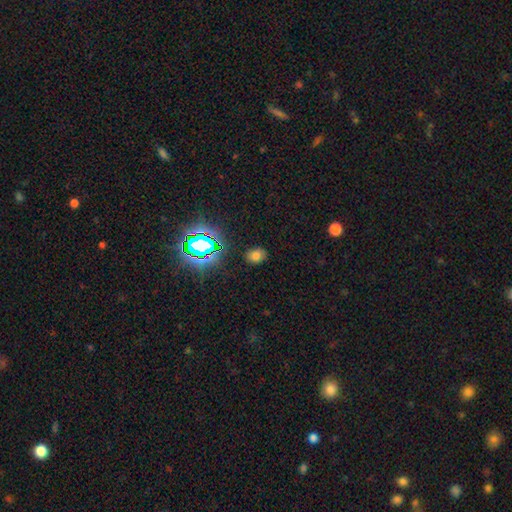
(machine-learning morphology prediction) The model was most divided on "how rounded": in between: 58%, round: 41%, cigar-shaped: 1%. More confident: merging — none (85%); smooth or featured — smooth (67%).